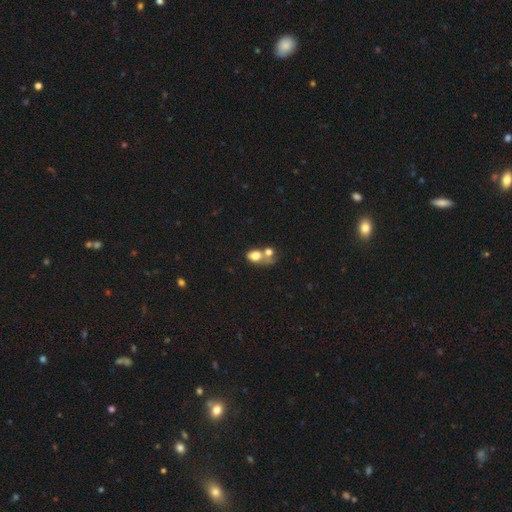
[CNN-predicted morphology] This is likely a smooth galaxy (72%). How rounded: possibly in between (56%). Merging: likely merger (60%).